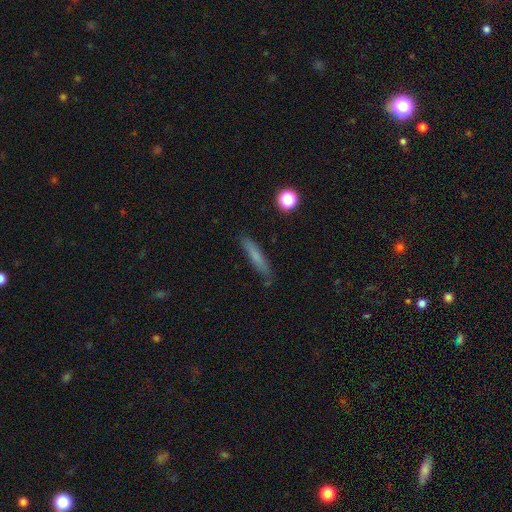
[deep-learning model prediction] A smooth galaxy with no disk features (70%) that is cigar-shaped (90%).

Vote fractions:
- Smooth or featured? smooth: 70% / featured or disk: 21% / star or artifact: 9%
- How rounded? cigar-shaped: 90% / in between: 8% / round: 2%
- Merging? none: 82% / minor disturbance: 13% / major disturbance: 3% / merger: 2%